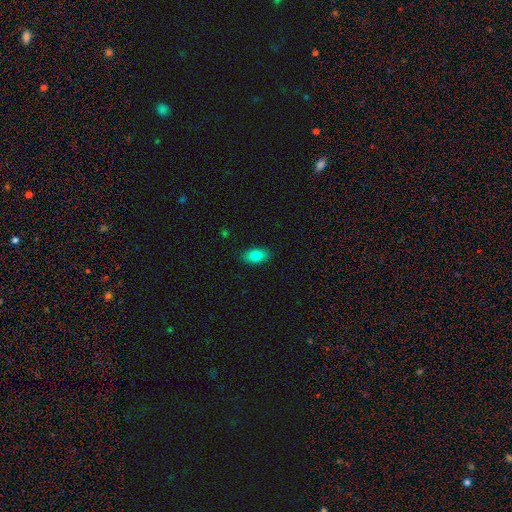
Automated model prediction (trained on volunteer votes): Q: Smooth or featured?
A: smooth (81%); runner-up: featured or disk (10%)
Q: How rounded?
A: in between (89%); runner-up: round (8%)
Q: Merging?
A: none (87%); runner-up: minor disturbance (10%)